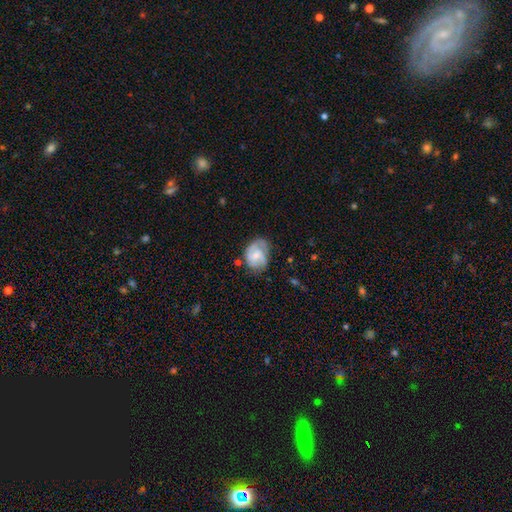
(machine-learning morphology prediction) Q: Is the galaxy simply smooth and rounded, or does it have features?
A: featured or disk — 64%.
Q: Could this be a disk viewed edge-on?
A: no — 97%.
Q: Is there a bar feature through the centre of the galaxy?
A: no — 57%.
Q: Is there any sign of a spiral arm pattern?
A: yes — 87%.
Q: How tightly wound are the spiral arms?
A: medium — 43%.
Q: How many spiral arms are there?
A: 2 — 55%.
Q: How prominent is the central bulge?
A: small — 51%.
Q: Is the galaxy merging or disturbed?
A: none — 52%.